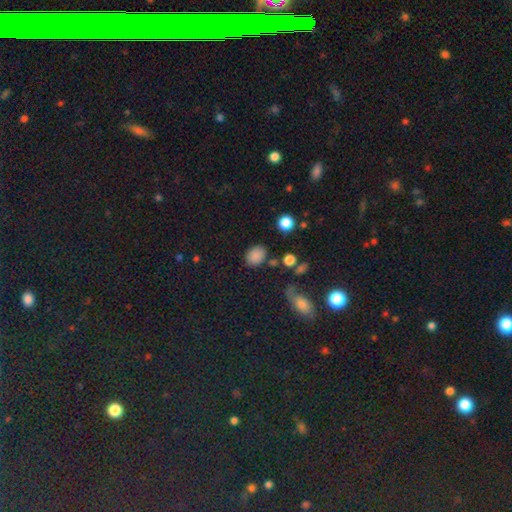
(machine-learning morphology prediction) smooth-or-featured: smooth: 83% | star or artifact: 12% | featured or disk: 5%
  how-rounded: in between: 64% | round: 34% | cigar-shaped: 1%
  merging: none: 78% | minor disturbance: 14% | major disturbance: 4% | merger: 4%